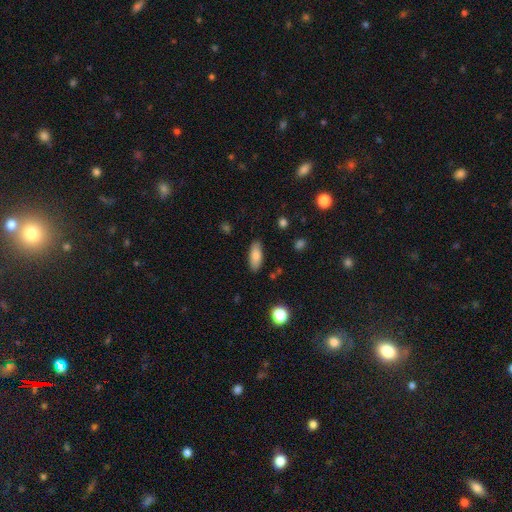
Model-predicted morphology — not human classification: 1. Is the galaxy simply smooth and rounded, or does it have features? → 80% smooth, 12% featured or disk, 7% star or artifact.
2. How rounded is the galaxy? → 76% in between, 22% cigar-shaped, 2% round.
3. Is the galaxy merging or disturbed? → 87% none, 10% minor disturbance, 2% major disturbance, 2% merger.